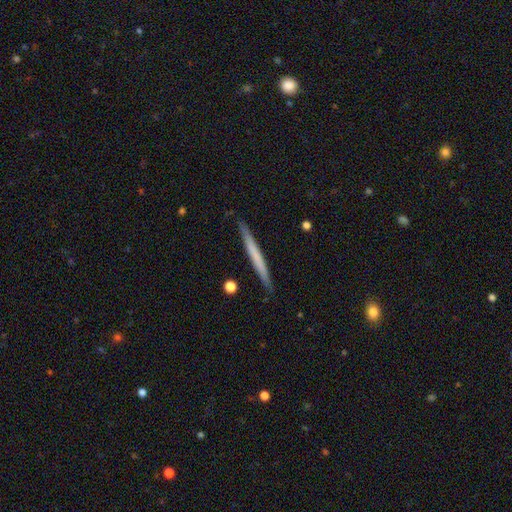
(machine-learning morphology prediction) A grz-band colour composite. It shows a smooth galaxy with no disk features (54%) that is cigar-shaped (97%). Merging: none (90%).